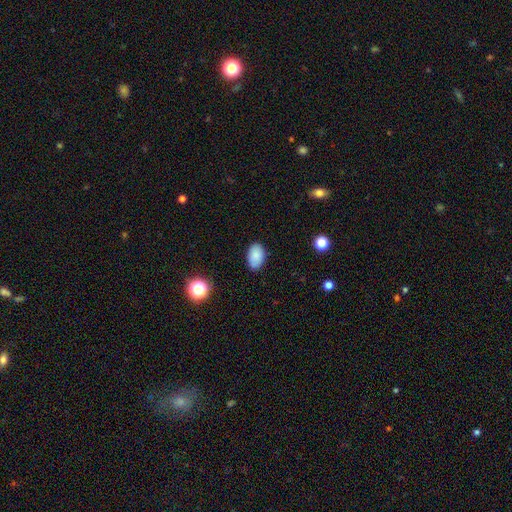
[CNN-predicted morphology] Smooth or featured? smooth (86%)
How rounded? in between (90%)
Merging? none (83%)